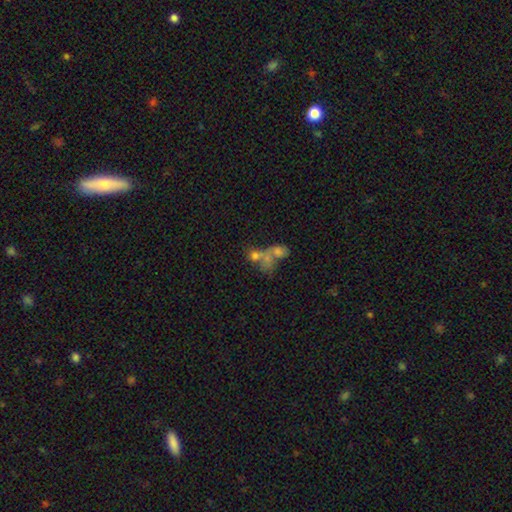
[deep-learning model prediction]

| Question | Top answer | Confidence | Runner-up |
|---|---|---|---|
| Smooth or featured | smooth | 59% | featured or disk (24%) |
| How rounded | in between | 50% | round (46%) |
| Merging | merger | 64% | none (18%) |